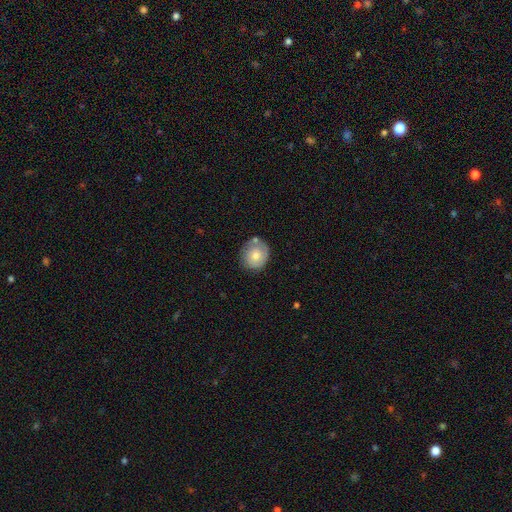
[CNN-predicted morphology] This appears to be a smooth galaxy with no disk features (67%) that is round (79%). Merging: none (67%).